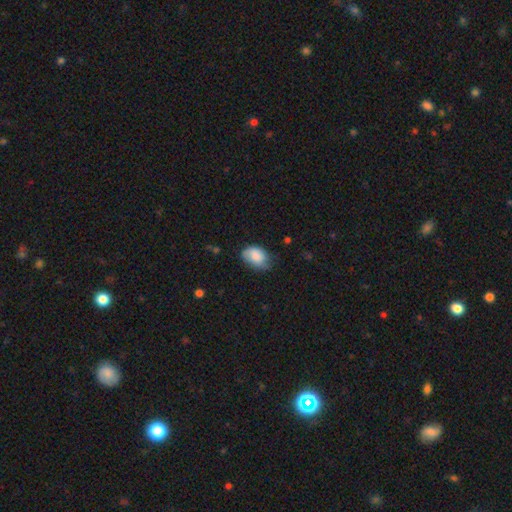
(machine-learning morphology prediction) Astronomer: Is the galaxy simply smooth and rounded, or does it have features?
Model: smooth — 83%.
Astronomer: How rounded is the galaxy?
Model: in between — 81%.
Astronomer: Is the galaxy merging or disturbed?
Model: none — 55% (runner-up: minor disturbance, 35%).